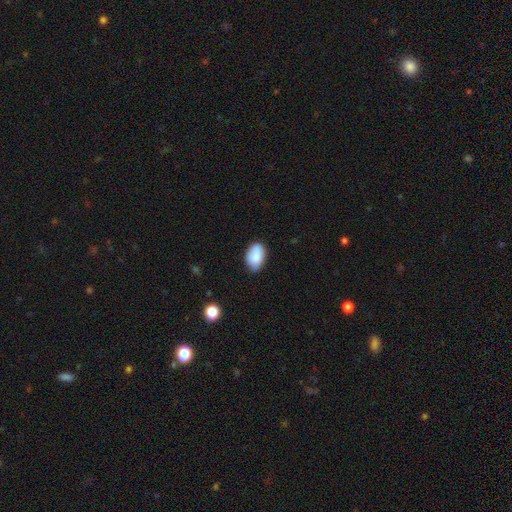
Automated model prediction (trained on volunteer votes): This is clearly a smooth galaxy (85%). How rounded: clearly in between (92%). Merging: likely none (76%).